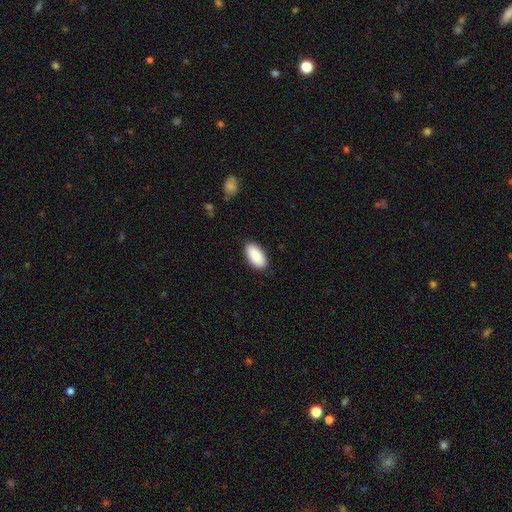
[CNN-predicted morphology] A smooth galaxy with no disk features (91%) that is in between round and cigar-shaped (95%). Merging: none (88%).